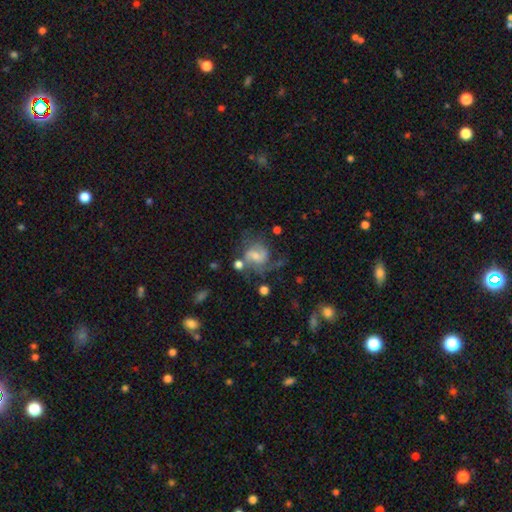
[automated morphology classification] smooth-or-featured: featured or disk: 63% | smooth: 28% | star or artifact: 9%
  disk-edge-on: no: 97% | yes: 3%
    bar: weak: 45% (tied) | no: 45% (tied) | strong: 11%
    has-spiral-arms: yes: 84% | no: 16%
      spiral-winding: medium: 45% | loose: 34% | tight: 21%
      spiral-arm-count: 2: 50% | can't tell: 21% | 1: 13% | 3: 11% | 4: 3% | more than 4: 2%
    bulge-size: small: 42% | moderate: 41% | none: 9% | large: 6% | dominant: 2%
  merging: none: 39% | major disturbance: 29% | minor disturbance: 21% | merger: 12%